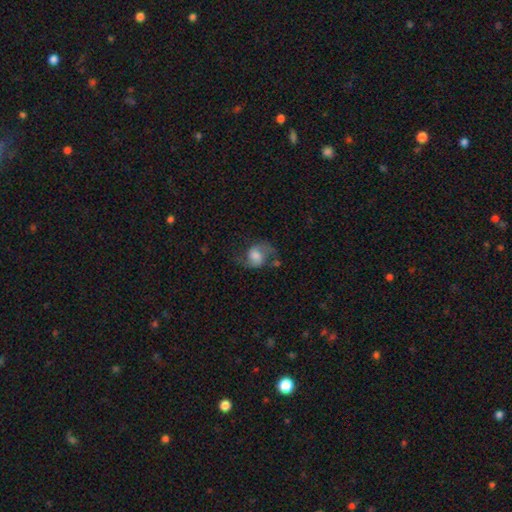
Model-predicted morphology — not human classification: This is likely a featured or disk galaxy (68%). It is clearly not viewed edge-on (98%). Bar: possibly no (51%). Spiral arm pattern: clearly yes (92%). Spiral arm count: clearly 2 (90%). Spiral winding: possibly loose (57%). Central bulge: marginally moderate (39%). Merging: possibly none (58%).